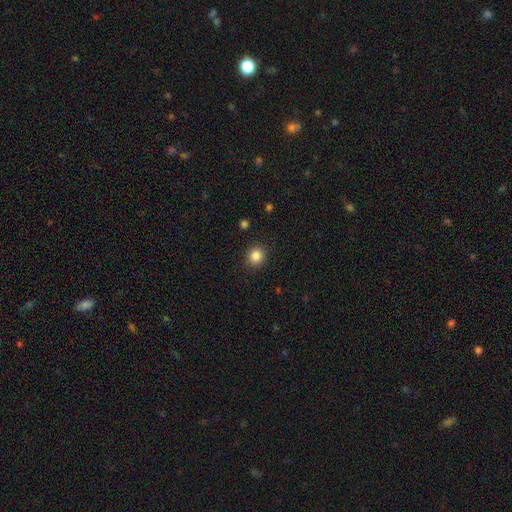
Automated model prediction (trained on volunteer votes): Q: Smooth or featured?
A: smooth (85%); runner-up: star or artifact (11%)
Q: How rounded?
A: round (88%); runner-up: in between (12%)
Q: Merging?
A: none (90%); runner-up: minor disturbance (6%)